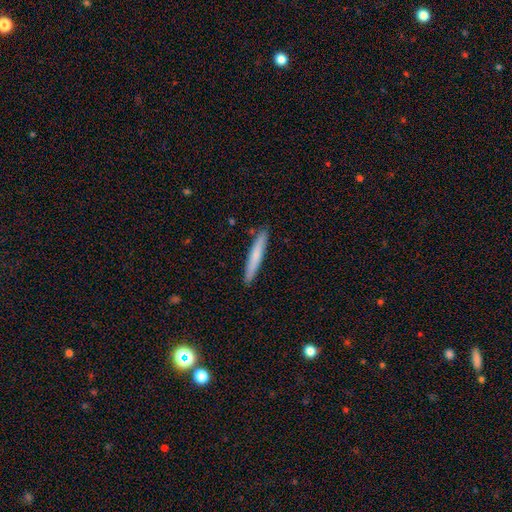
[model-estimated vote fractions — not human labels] Smooth or featured: smooth — 69% (featured or disk — 25%)
How rounded: cigar-shaped — 95% (in between — 4%)
Merging: none — 90% (minor disturbance — 7%)